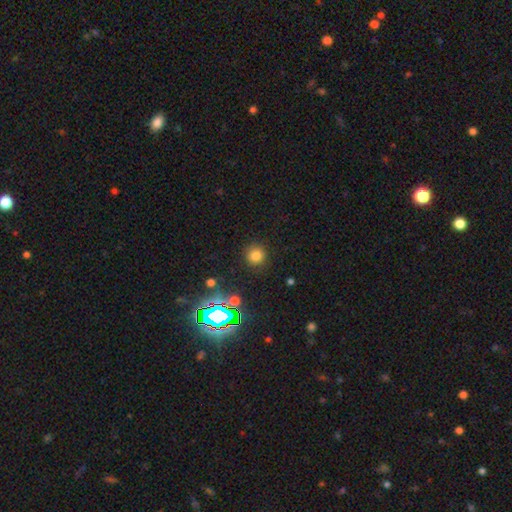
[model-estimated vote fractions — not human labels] A smooth galaxy with no disk features (75%) that is round (93%).

Vote fractions:
- Smooth or featured? smooth: 75% / star or artifact: 19% / featured or disk: 6%
- How rounded? round: 93% / in between: 6% / cigar-shaped: 1%
- Merging? none: 88% / minor disturbance: 7% / major disturbance: 3% / merger: 2%